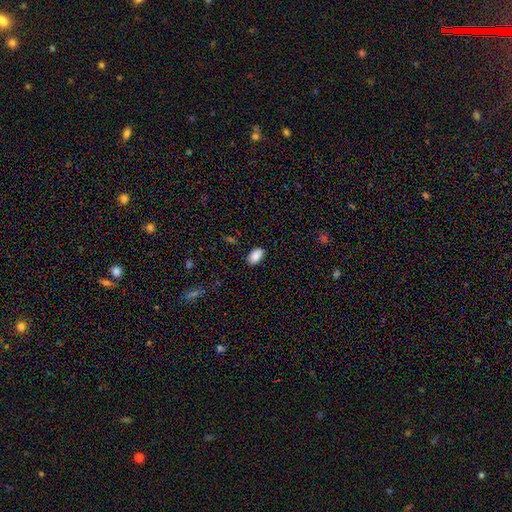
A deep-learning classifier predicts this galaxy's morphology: smooth_or_featured: smooth (p=0.88) [alt: star or artifact p=0.08]
how_rounded: in between (p=0.93) [alt: round p=0.06]
merging: none (p=0.85) [alt: minor disturbance p=0.11]